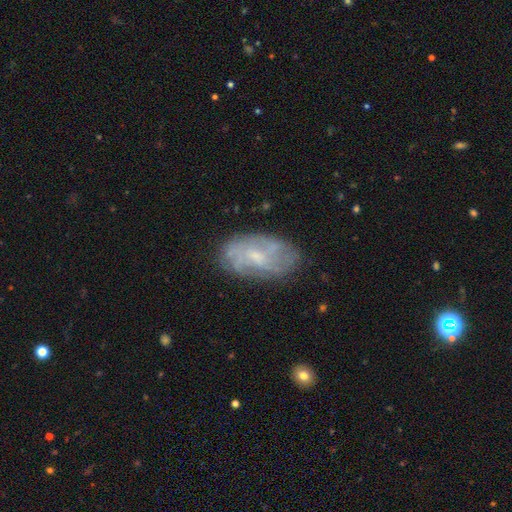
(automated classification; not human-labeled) Morphology: type=featured or disk (61%); edge-on=no (95%); bar=no (56%); spiral arms=yes (66%); bulge=small (50%); merging=none (70%).